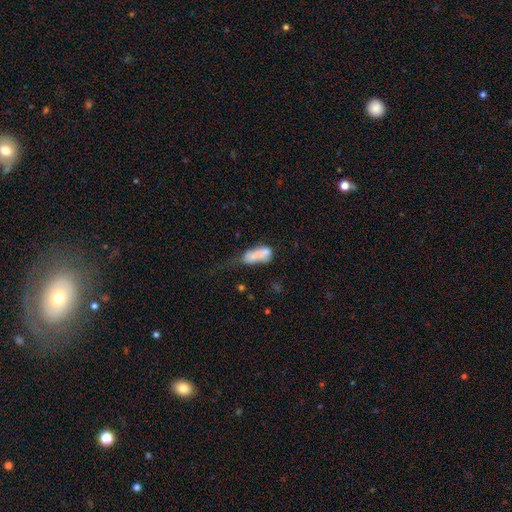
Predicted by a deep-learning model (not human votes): This appears to be a smooth galaxy with no disk features (69%) that is in between round and cigar-shaped (79%). Merging: merger (28%).